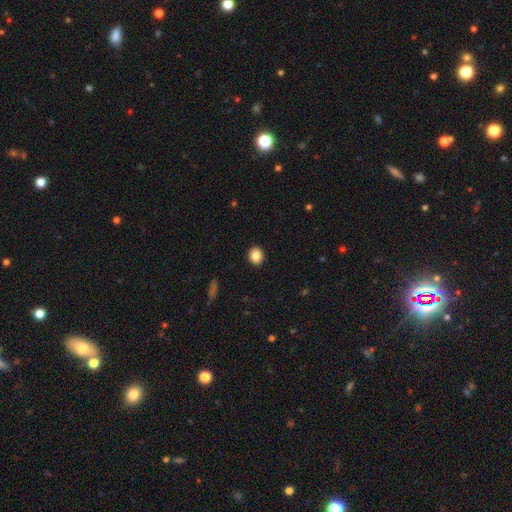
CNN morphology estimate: This is clearly a smooth galaxy (87%). How rounded: likely round (63%). Merging: clearly none (91%).